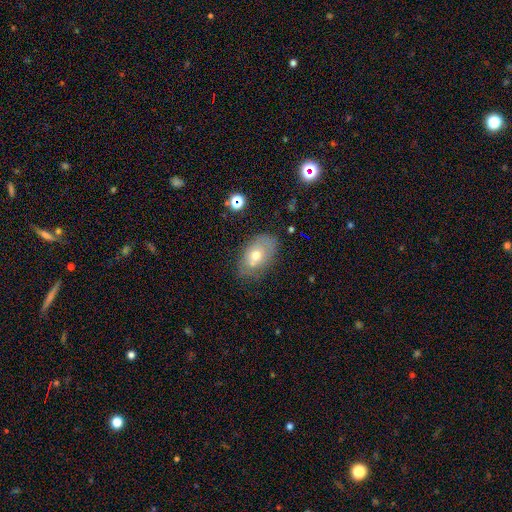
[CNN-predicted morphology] smooth-or-featured: smooth: 61% | featured or disk: 29% | star or artifact: 10%
  how-rounded: in between: 87% | round: 12% | cigar-shaped: 2%
  merging: none: 63% | minor disturbance: 22% | merger: 9% | major disturbance: 6%